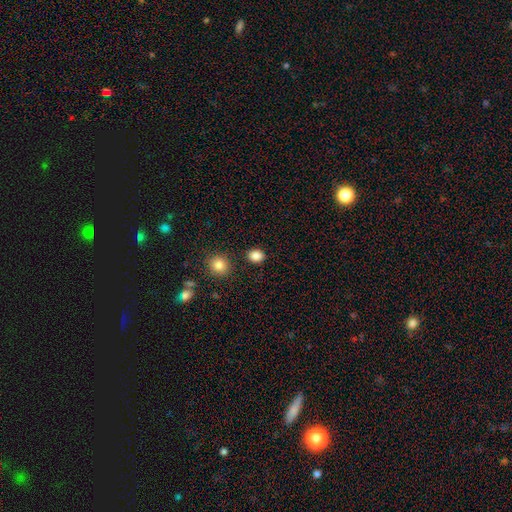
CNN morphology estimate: type=smooth (86%); roundness=round (62%); merging=none (86%).